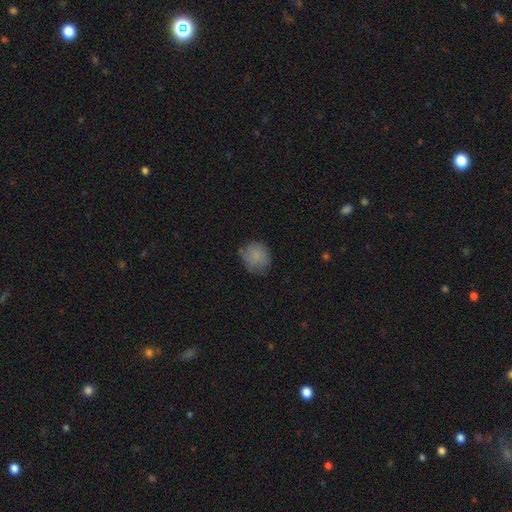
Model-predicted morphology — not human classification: This is likely a smooth galaxy (77%). How rounded: likely round (80%). Merging: likely none (63%).